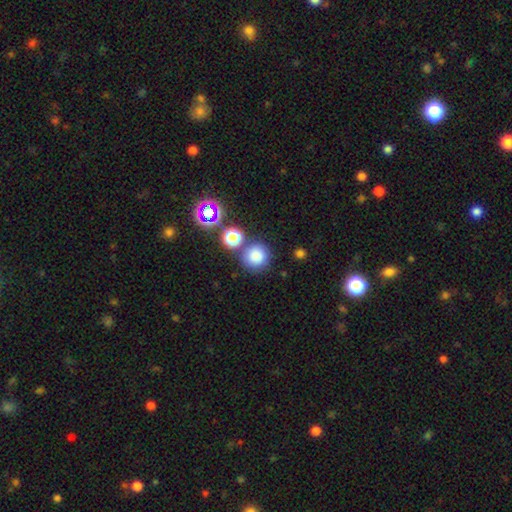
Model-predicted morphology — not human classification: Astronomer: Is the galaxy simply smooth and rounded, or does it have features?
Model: smooth — 77%.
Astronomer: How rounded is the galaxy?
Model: round — 92%.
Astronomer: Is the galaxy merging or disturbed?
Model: none — 73%.